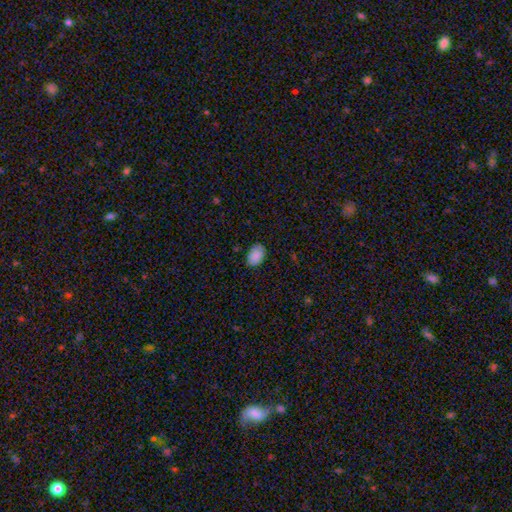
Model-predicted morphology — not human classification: The model was most divided on "how rounded": in between: 85%, round: 14%, cigar-shaped: 1%. More confident: smooth or featured — smooth (89%); merging — none (84%).